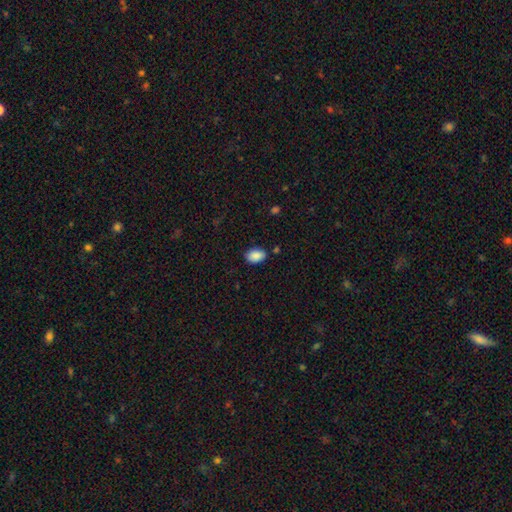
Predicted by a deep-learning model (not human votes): Smooth or featured: smooth — 89% (star or artifact — 7%)
How rounded: in between — 86% (round — 13%)
Merging: none — 81% (minor disturbance — 14%)